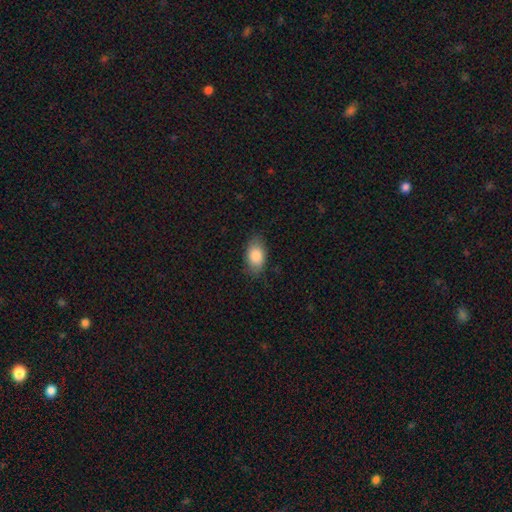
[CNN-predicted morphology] Overall: smooth (86%). How rounded: in between (90%). Merging: none (80%).